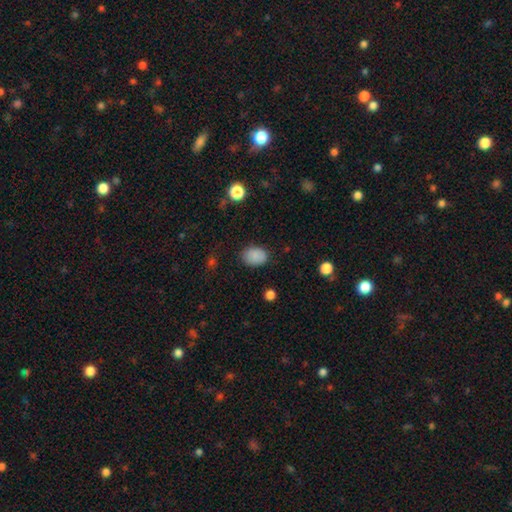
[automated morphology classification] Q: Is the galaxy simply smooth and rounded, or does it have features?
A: smooth — 87%.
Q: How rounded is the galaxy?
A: in between — 75%.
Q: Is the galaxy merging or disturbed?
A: none — 82%.